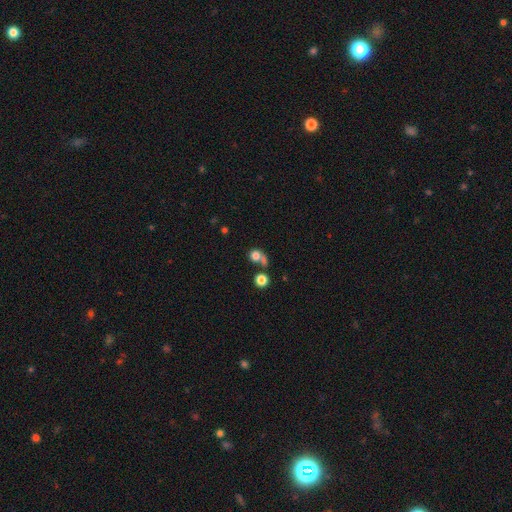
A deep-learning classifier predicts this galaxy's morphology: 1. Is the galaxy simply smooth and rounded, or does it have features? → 74% smooth, 13% star or artifact, 13% featured or disk.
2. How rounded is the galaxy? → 80% round, 18% in between, 2% cigar-shaped.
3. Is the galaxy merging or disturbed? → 42% none, 38% merger, 10% minor disturbance, 10% major disturbance.